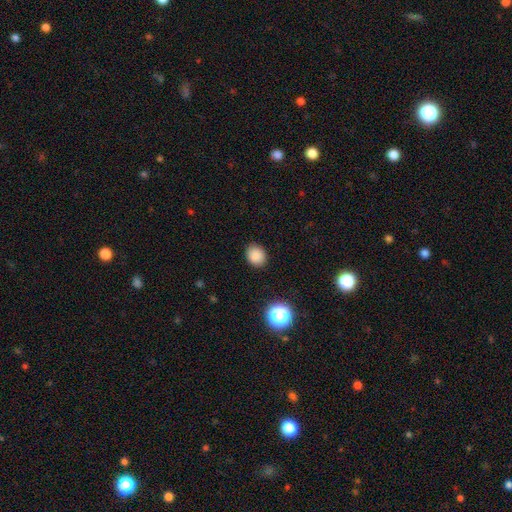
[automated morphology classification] A smooth galaxy with no disk features (85%) that is round (64%). Merging: none (88%).